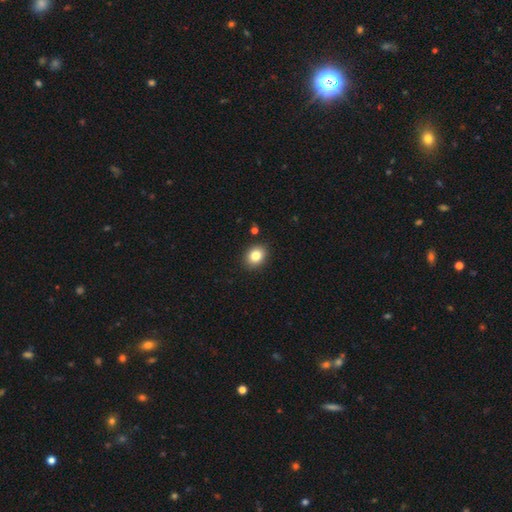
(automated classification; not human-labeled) This appears to be a smooth galaxy with no disk features (83%) that is round (53%). Merging: none (89%).